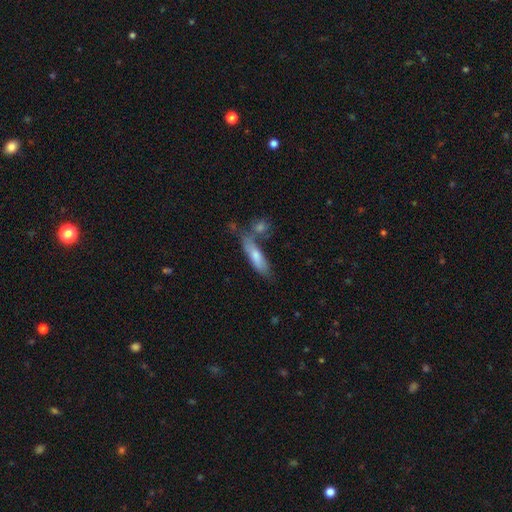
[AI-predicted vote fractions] smooth 69%, featured or disk 25%, star or artifact 6%. Down the decision tree: how rounded — cigar-shaped (64%); merging — none (53%).